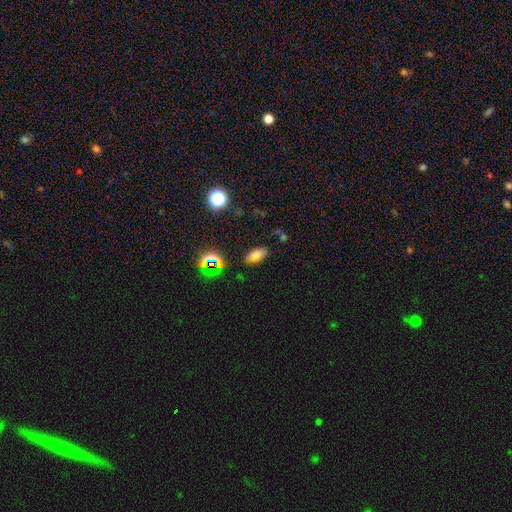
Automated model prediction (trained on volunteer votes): Overall: smooth (69%). How rounded: in between (88%). Merging: none (84%).